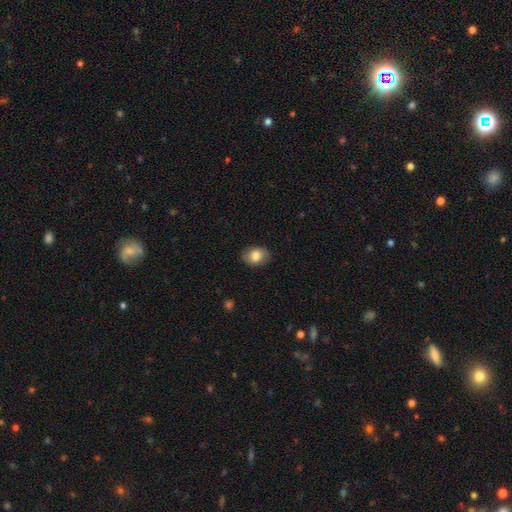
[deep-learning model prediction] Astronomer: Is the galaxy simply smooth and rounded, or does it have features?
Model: smooth — 81%.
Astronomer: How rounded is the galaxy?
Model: in between — 74%.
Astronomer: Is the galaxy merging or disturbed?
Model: none — 86%.